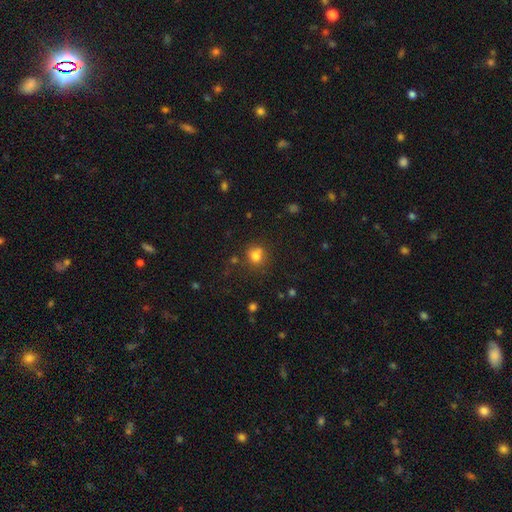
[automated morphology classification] The model was most divided on "merging": none: 60%, merger: 21%, minor disturbance: 14%, major disturbance: 5%. More confident: how rounded — round (81%); smooth or featured — smooth (75%).